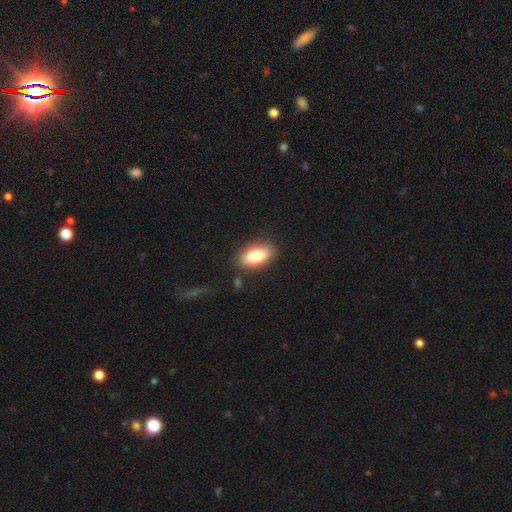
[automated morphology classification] smooth-or-featured: smooth: 83% | featured or disk: 10% | star or artifact: 7%
  how-rounded: in between: 89% | cigar-shaped: 7% | round: 4%
  merging: none: 84% | minor disturbance: 11% | major disturbance: 3% | merger: 2%